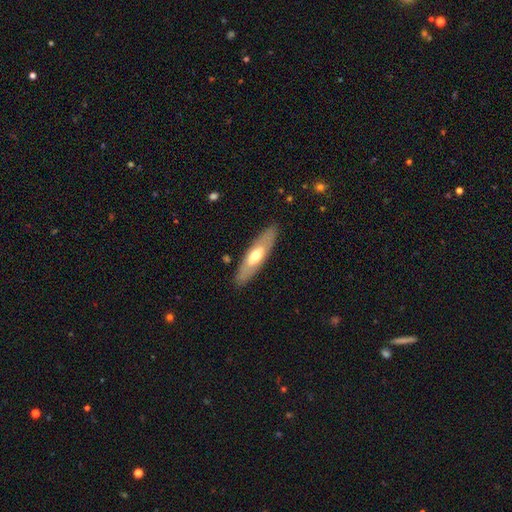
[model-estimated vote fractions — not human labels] The model was most divided on "smooth or featured": smooth: 49%, featured or disk: 46%, star or artifact: 5%. More confident: merging — none (86%).